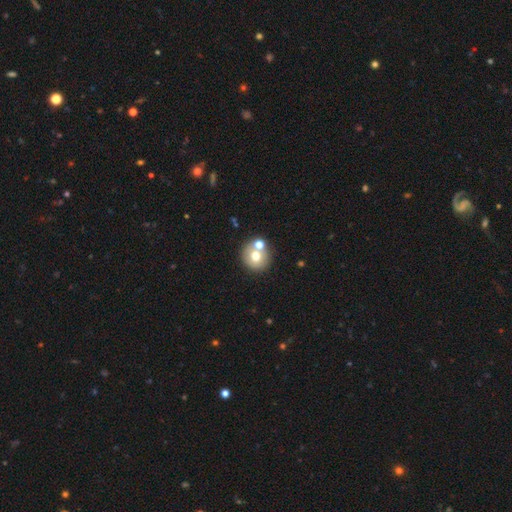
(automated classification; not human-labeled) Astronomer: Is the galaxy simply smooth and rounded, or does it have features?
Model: smooth — 68%.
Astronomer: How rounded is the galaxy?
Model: round — 89%.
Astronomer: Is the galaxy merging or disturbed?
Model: none — 63%.